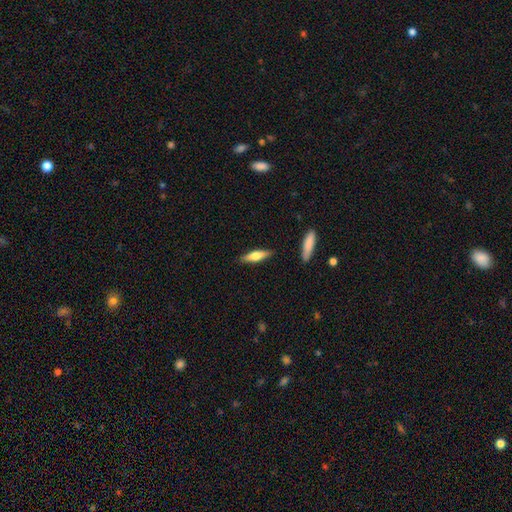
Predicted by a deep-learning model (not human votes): Smooth or featured? Predicted: smooth (p=0.57). How rounded? Predicted: cigar-shaped (p=0.67). Merging? Predicted: none (p=0.87).